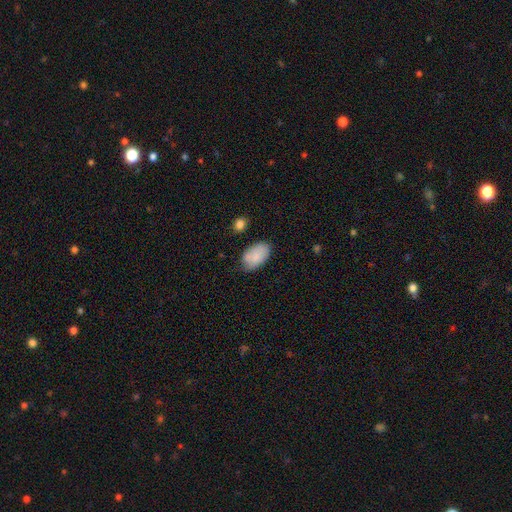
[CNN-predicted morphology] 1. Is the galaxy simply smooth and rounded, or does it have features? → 84% smooth, 10% featured or disk, 6% star or artifact.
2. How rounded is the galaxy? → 93% in between, 5% round, 1% cigar-shaped.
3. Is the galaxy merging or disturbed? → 66% none, 26% minor disturbance, 5% major disturbance, 3% merger.